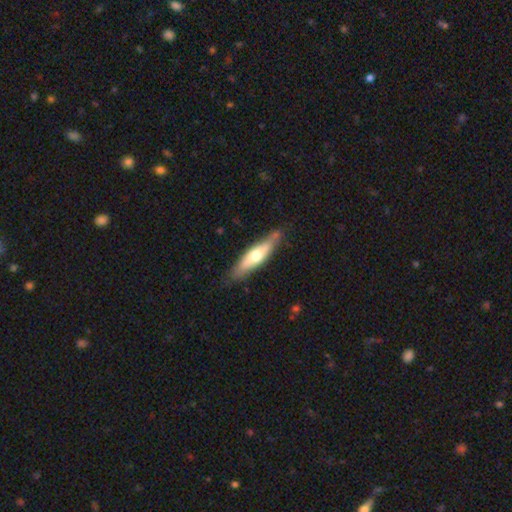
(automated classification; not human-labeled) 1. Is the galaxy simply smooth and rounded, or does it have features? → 49% smooth, 46% featured or disk, 5% star or artifact.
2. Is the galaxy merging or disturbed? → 79% none, 16% minor disturbance, 3% major disturbance, 2% merger.